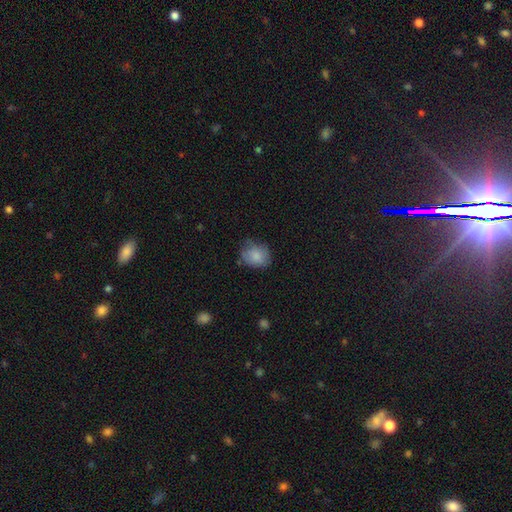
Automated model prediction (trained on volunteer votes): Smooth or featured: smooth — 80% (featured or disk — 12%)
How rounded: round — 54% (in between — 45%)
Merging: none — 58% (minor disturbance — 31%)